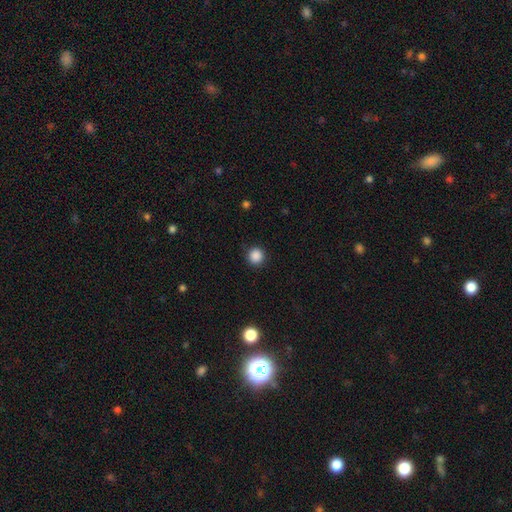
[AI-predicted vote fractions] smooth_or_featured: smooth (p=0.87) [alt: star or artifact p=0.10]
how_rounded: round (p=0.94) [alt: in between p=0.05]
merging: none (p=0.90) [alt: minor disturbance p=0.07]